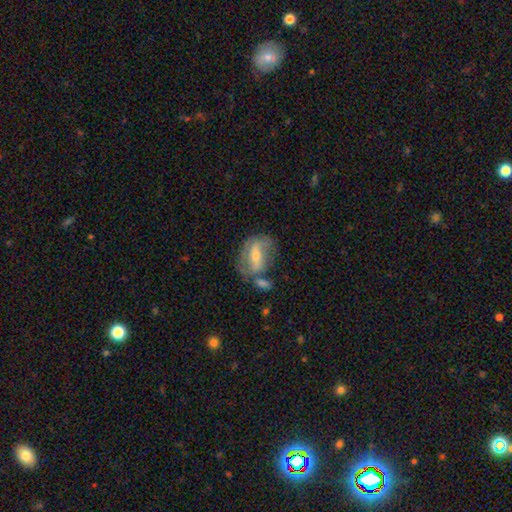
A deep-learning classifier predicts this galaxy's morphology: This is likely a featured or disk galaxy (62%). It is clearly not viewed edge-on (91%). Bar: possibly strong (45%). Spiral arm pattern: likely yes (61%). Central bulge: possibly moderate (49%). Merging: marginally none (43%).